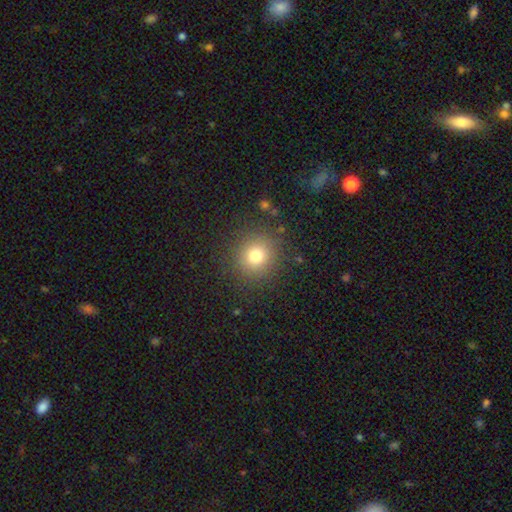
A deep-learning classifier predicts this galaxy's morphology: type=smooth (76%); roundness=round (91%); merging=none (87%).